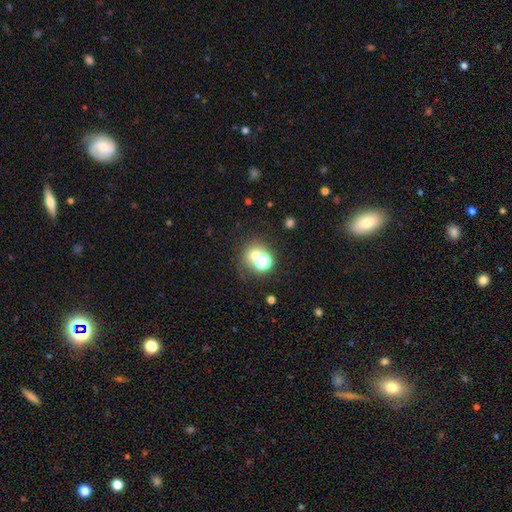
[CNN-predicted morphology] Q: Smooth or featured?
A: smooth (59%); runner-up: star or artifact (27%)
Q: How rounded?
A: round (76%); runner-up: in between (23%)
Q: Merging?
A: none (49%); runner-up: merger (33%)